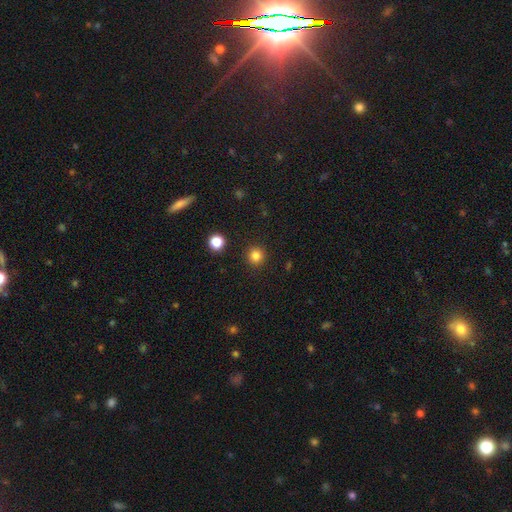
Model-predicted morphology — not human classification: A smooth galaxy with no disk features (83%) that is round (94%). Merging: none (92%).